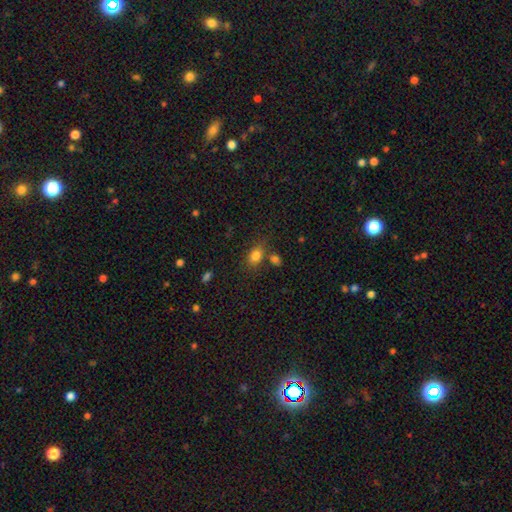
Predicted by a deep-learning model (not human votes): This appears to be a smooth galaxy with no disk features (82%) that is in between round and cigar-shaped (75%). Merging: none (63%).